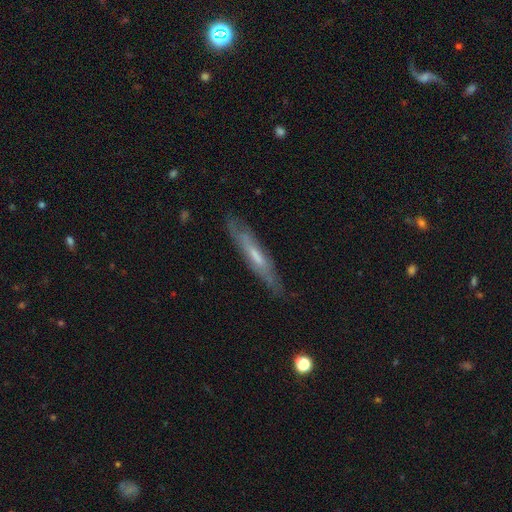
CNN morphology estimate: The model was most divided on "smooth or featured": featured or disk: 56%, smooth: 37%, star or artifact: 7%. More confident: merging — none (77%); edge-on disk — yes (73%).